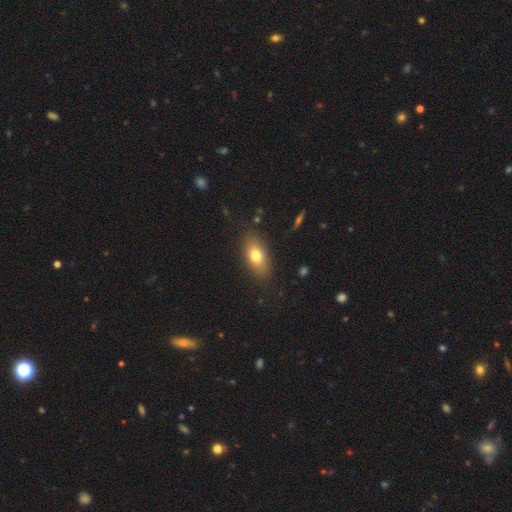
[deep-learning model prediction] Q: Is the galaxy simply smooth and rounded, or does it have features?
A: smooth — 75%.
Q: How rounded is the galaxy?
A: in between — 85%.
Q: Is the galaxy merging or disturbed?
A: none — 83%.